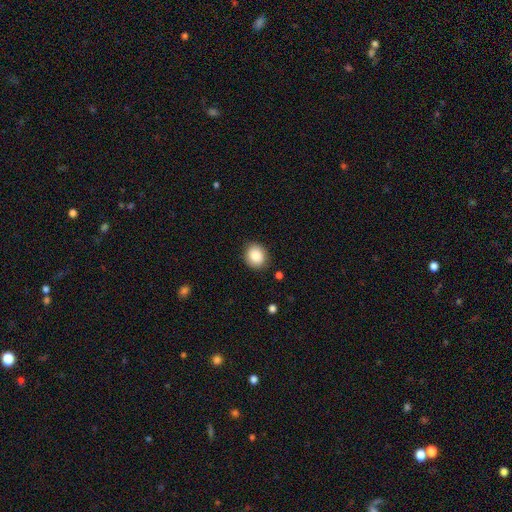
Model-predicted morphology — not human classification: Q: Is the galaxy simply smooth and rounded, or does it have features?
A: smooth — 87%.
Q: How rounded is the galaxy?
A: round — 69%.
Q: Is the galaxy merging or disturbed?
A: none — 88%.